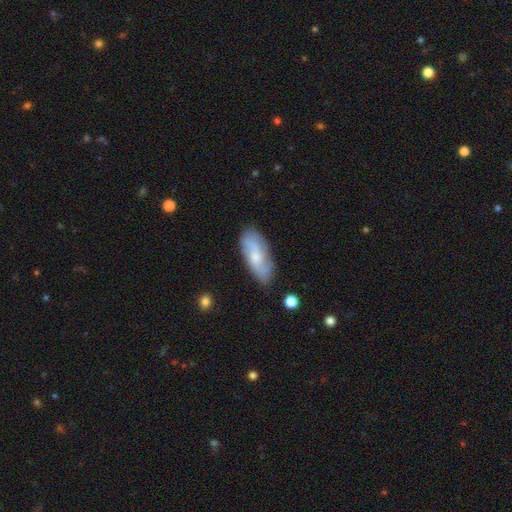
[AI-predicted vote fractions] Morphology: type=featured or disk (56%); edge-on=no (90%); bar=no (61%); spiral arms=yes (87%); bulge=small (53%); merging=none (77%).